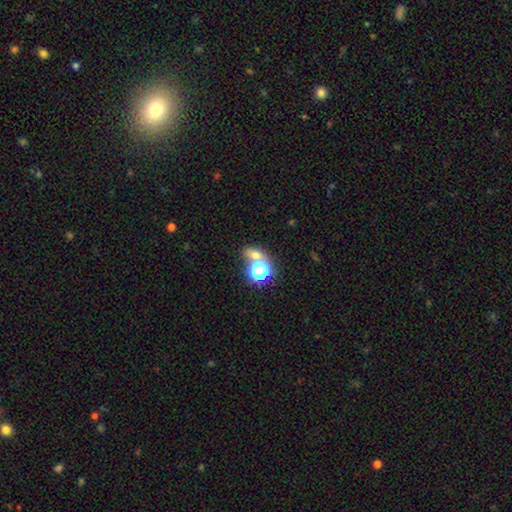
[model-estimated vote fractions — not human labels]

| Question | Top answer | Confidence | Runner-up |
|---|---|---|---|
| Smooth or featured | smooth | 58% | star or artifact (31%) |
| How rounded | round | 52% | in between (46%) |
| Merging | none | 49% | merger (35%) |